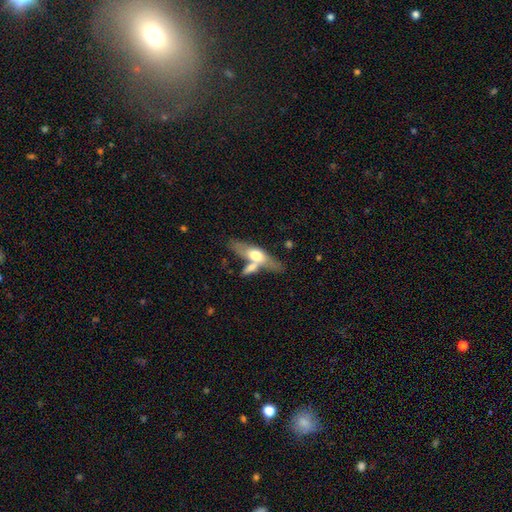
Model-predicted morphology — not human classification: Overall: smooth (51%; featured or disk 44%). How rounded: cigar-shaped (54%; in between 43%). Merging: none (47%; merger 35%).